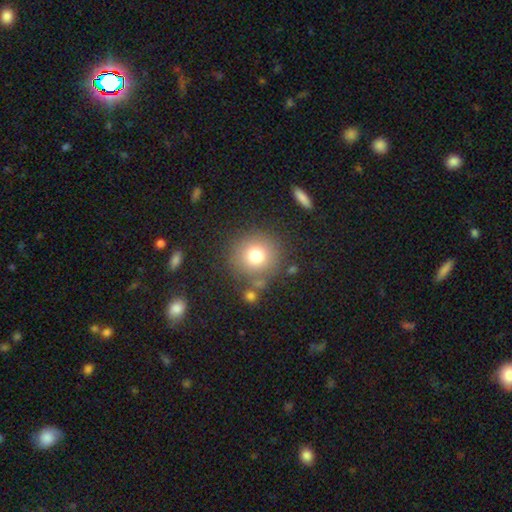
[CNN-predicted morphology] Smooth or featured?
  - smooth: 77% *
  - star or artifact: 12%
  - featured or disk: 11%
How rounded?
  - round: 93% *
  - in between: 6%
  - cigar-shaped: 1%
Merging?
  - none: 80% *
  - minor disturbance: 10%
  - merger: 6%
  - major disturbance: 5%